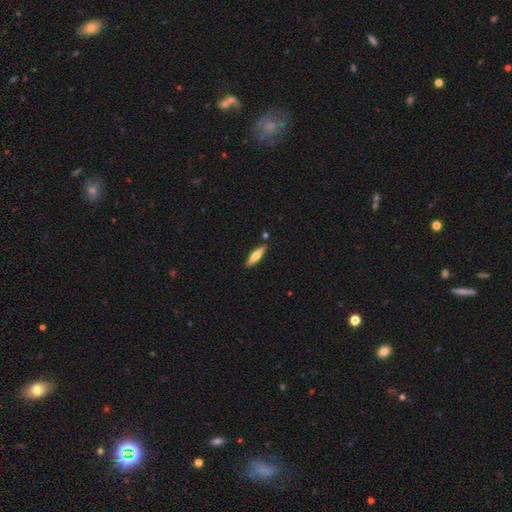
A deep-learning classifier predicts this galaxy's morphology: Smooth or featured? Predicted: smooth (p=0.66). How rounded? Predicted: cigar-shaped (p=0.71). Merging? Predicted: none (p=0.86).